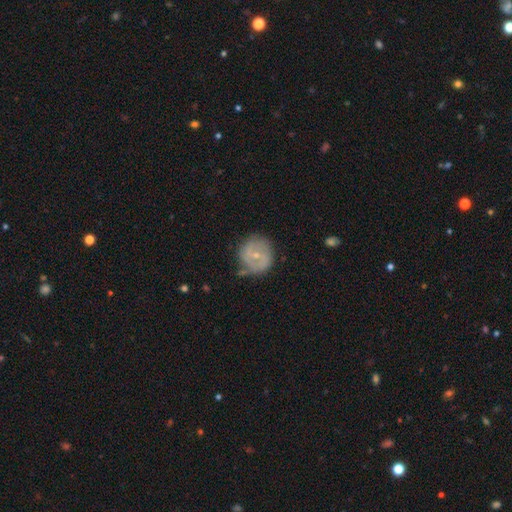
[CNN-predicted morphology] This appears to be a featured or disk galaxy (59%) with no bar (55%), spiral arms (73%) and a small central bulge (68%). Merging: none (62%).